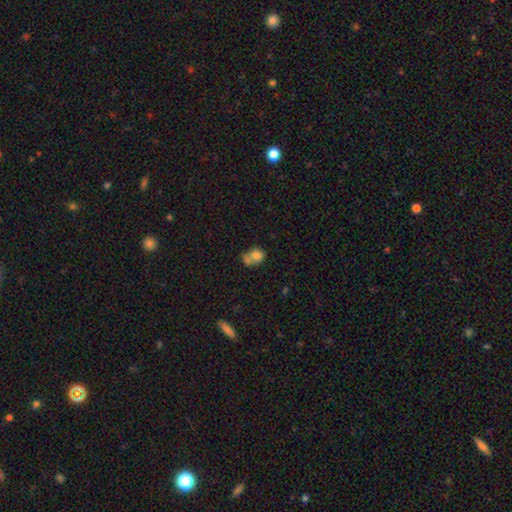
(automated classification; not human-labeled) Overall: smooth (76%). How rounded: round (59%; in between 40%). Merging: merger (55%; none 27%).